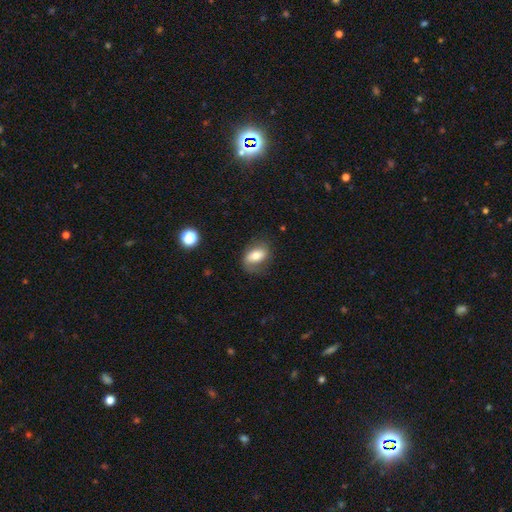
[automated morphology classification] smooth 59%, featured or disk 32%, star or artifact 9%. Down the decision tree: how rounded — in between (85%); merging — none (65%).